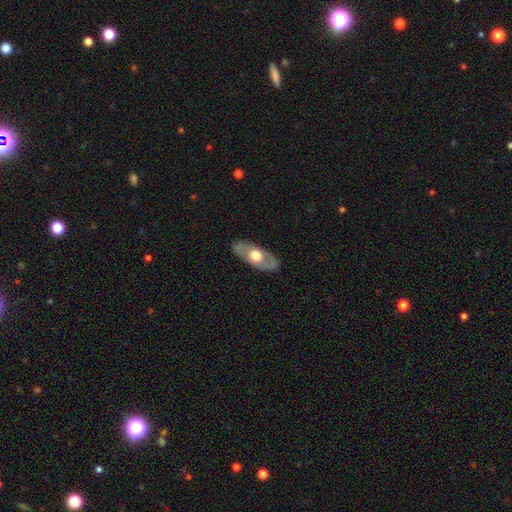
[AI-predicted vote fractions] The model was most divided on "smooth or featured": featured or disk: 53%, smooth: 43%, star or artifact: 5%. More confident: merging — none (83%); edge-on disk — no (73%).